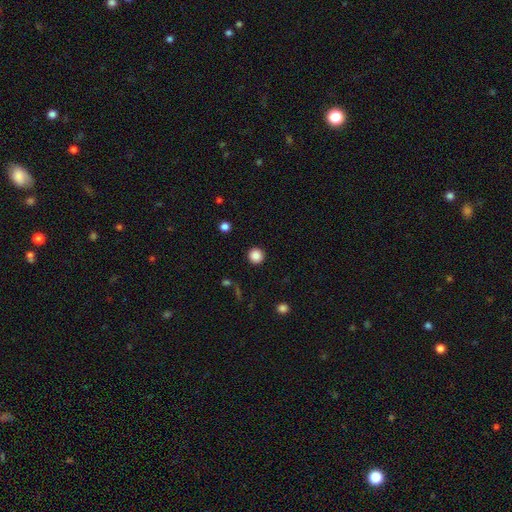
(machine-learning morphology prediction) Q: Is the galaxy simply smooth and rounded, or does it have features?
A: smooth — 87%.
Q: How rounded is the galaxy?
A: round — 95%.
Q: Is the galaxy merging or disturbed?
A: none — 93%.